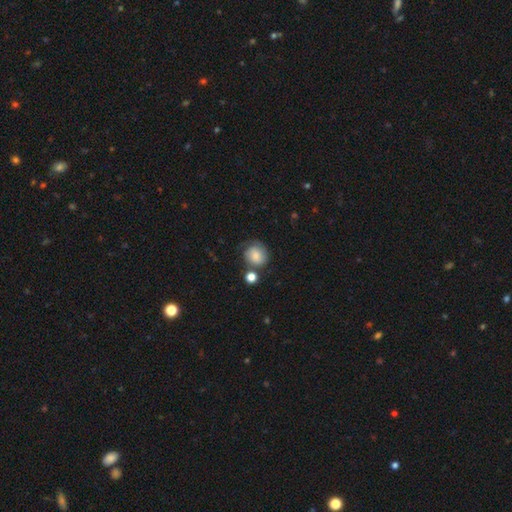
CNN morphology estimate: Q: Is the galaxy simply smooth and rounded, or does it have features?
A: smooth — 63%.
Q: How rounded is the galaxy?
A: round — 76%.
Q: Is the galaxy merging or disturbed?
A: none — 55%.